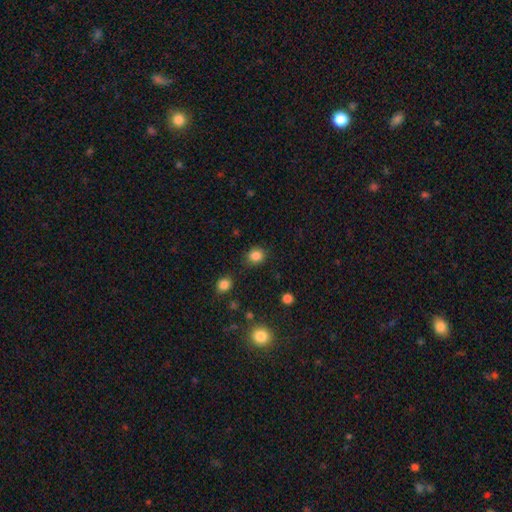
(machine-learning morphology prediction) Smooth or featured? Predicted: smooth (p=0.85). How rounded? Predicted: round (p=0.75). Merging? Predicted: none (p=0.81).